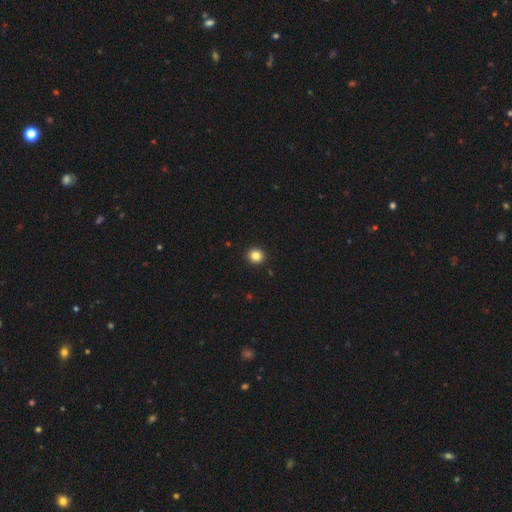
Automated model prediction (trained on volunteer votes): smooth 85%, star or artifact 11%, featured or disk 4%. Down the decision tree: how rounded — round (90%); merging — none (93%).